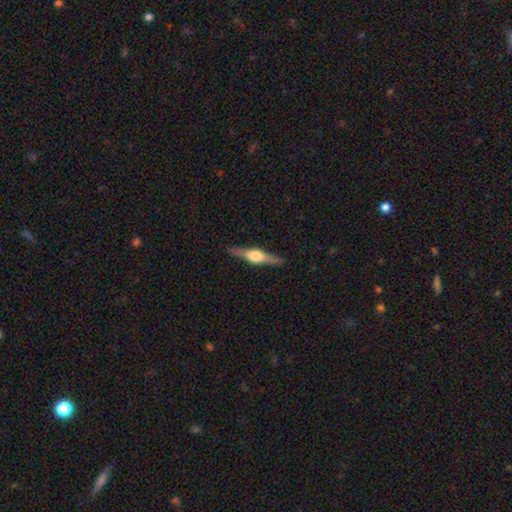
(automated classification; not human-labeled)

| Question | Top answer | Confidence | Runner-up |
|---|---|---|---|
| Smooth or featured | featured or disk | 70% | smooth (25%) |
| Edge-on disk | yes | 97% | no (3%) |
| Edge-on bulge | rounded | 91% | boxy (7%) |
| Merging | none | 89% | minor disturbance (8%) |